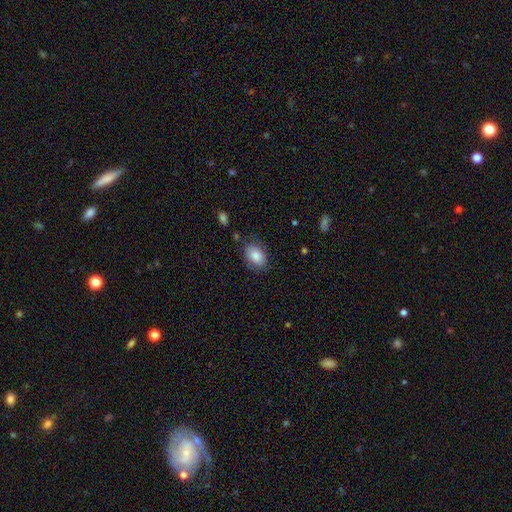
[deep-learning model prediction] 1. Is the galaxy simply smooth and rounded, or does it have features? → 83% smooth, 10% featured or disk, 7% star or artifact.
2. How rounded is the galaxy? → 83% in between, 16% round, 1% cigar-shaped.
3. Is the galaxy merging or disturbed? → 75% none, 18% minor disturbance, 5% major disturbance, 2% merger.